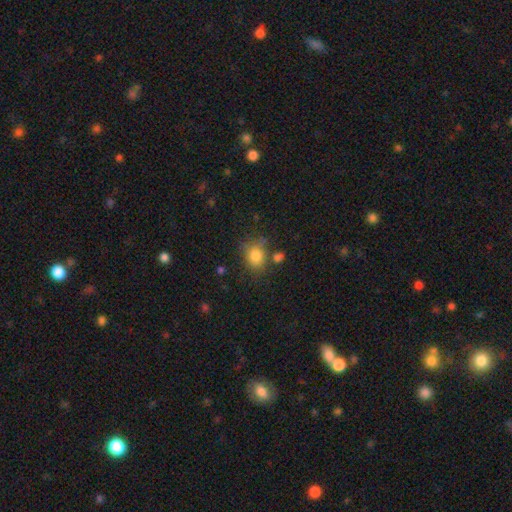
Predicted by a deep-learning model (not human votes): Q: Smooth or featured?
A: smooth (83%); runner-up: star or artifact (10%)
Q: How rounded?
A: round (54%); runner-up: in between (45%)
Q: Merging?
A: none (65%); runner-up: minor disturbance (19%)